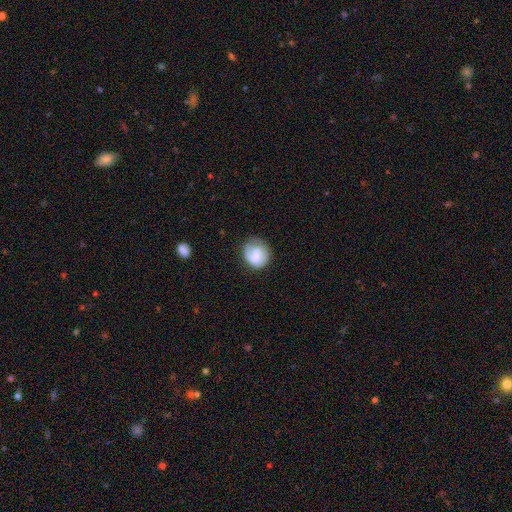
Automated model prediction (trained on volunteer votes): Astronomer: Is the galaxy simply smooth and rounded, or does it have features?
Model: smooth — 64%.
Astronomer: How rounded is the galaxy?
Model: round — 75%.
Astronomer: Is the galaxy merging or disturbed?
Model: none — 64%.